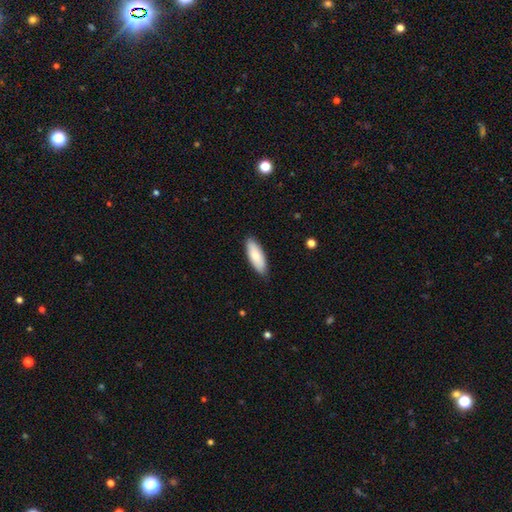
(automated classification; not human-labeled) smooth 80%, featured or disk 15%, star or artifact 5%. Down the decision tree: how rounded — in between (69%); merging — none (86%).